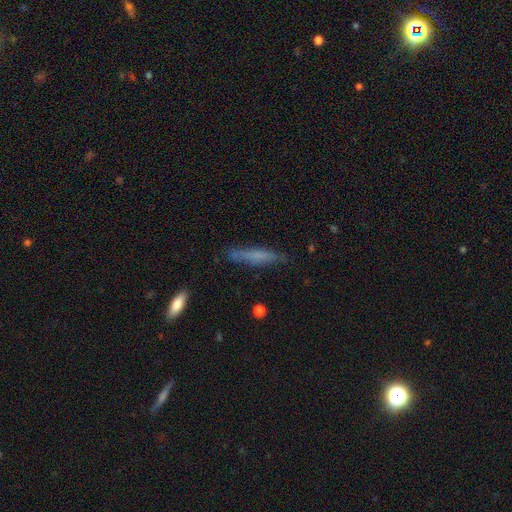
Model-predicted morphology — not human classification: A smooth galaxy with no disk features (55%) that is cigar-shaped (90%). Merging: none (73%).